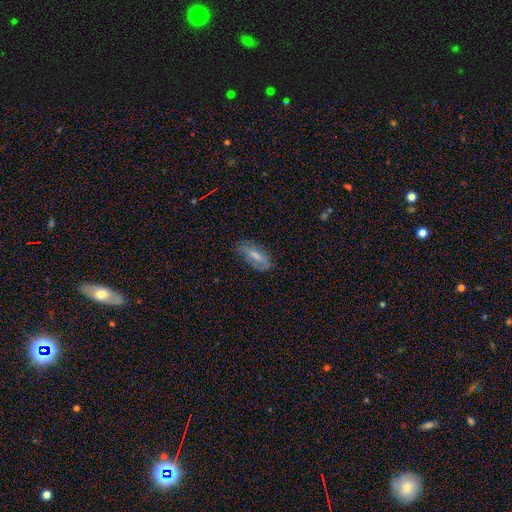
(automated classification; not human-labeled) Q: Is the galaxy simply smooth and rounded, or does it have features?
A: smooth — 58%.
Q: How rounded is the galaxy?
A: in between — 78%.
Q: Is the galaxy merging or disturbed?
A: none — 68%.